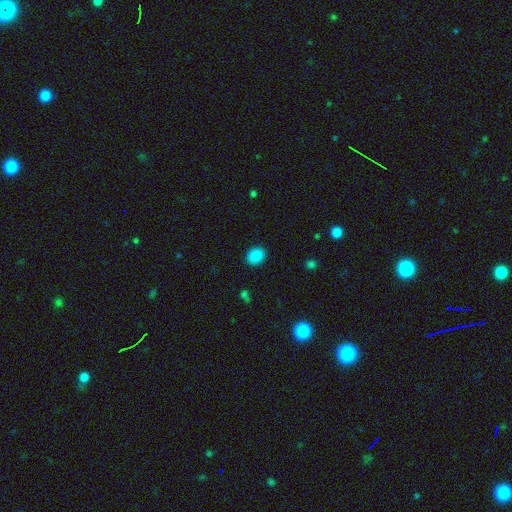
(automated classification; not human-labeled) A smooth galaxy with no disk features (88%) that is in between round and cigar-shaped (51%).

Vote fractions:
- Smooth or featured? smooth: 88% / star or artifact: 9% / featured or disk: 3%
- How rounded? in between: 51% / round: 48% / cigar-shaped: 1%
- Merging? none: 89% / minor disturbance: 7% / major disturbance: 2% / merger: 1%